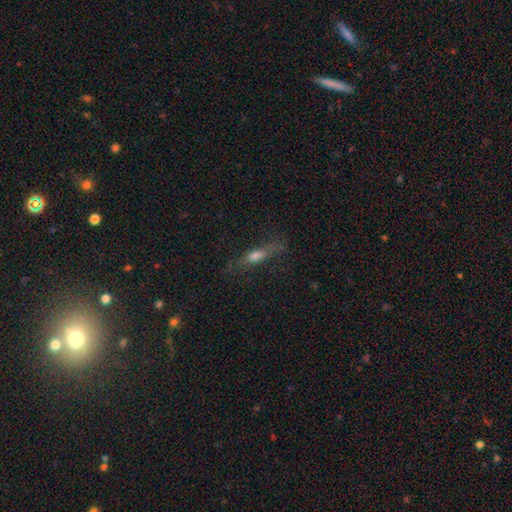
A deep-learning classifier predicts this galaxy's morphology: Smooth or featured?
  - featured or disk: 44% * (tied)
  - smooth: 44% * (tied)
  - star or artifact: 12%
Merging?
  - none: 70% *
  - minor disturbance: 19%
  - major disturbance: 10%
  - merger: 2%